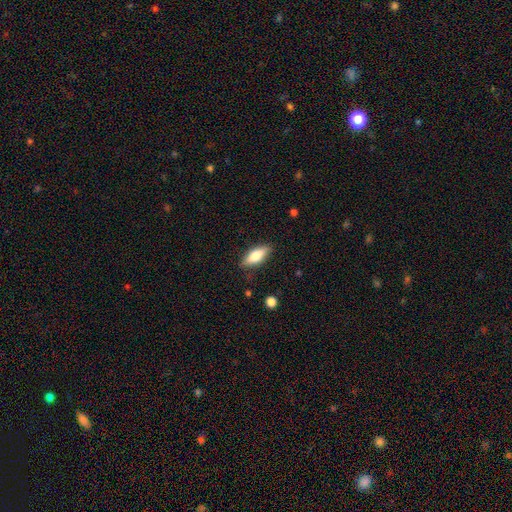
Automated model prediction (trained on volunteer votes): Morphology: type=smooth (70%); roundness=in between (69%); merging=none (84%).